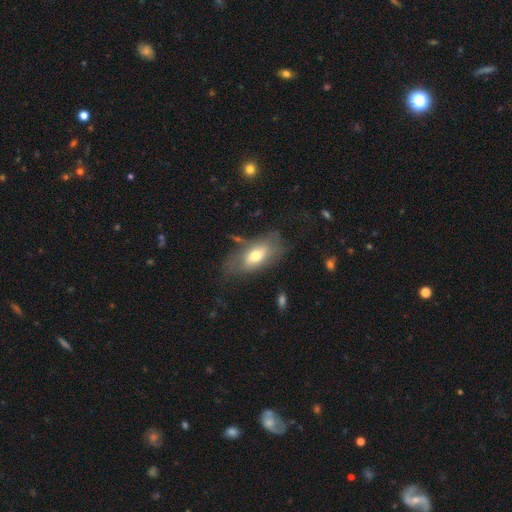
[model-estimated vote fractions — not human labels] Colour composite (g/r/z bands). It shows a smooth galaxy with no disk features (60%) that is in between round and cigar-shaped (88%). Merging: none (50%).